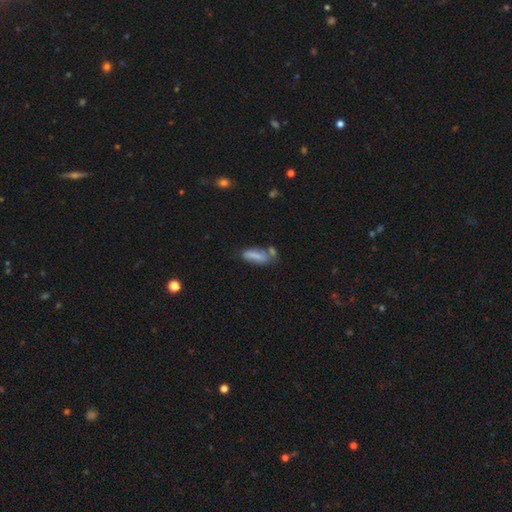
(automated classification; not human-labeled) Smooth or featured? Predicted: smooth (p=0.70). How rounded? Predicted: in between (p=0.64). Merging? Predicted: none (p=0.42).